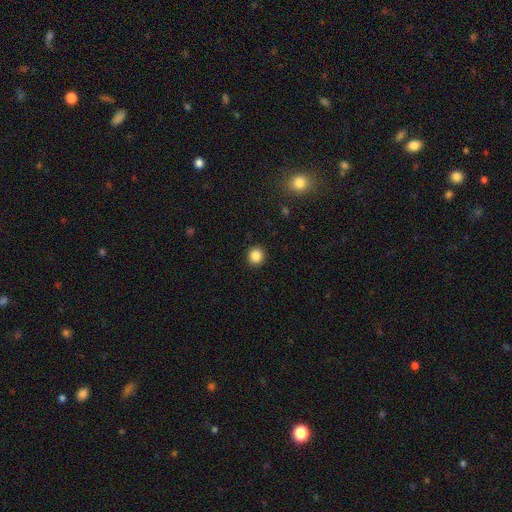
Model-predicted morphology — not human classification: Q: Smooth or featured?
A: smooth (86%); runner-up: star or artifact (11%)
Q: How rounded?
A: round (92%); runner-up: in between (7%)
Q: Merging?
A: none (92%); runner-up: minor disturbance (5%)